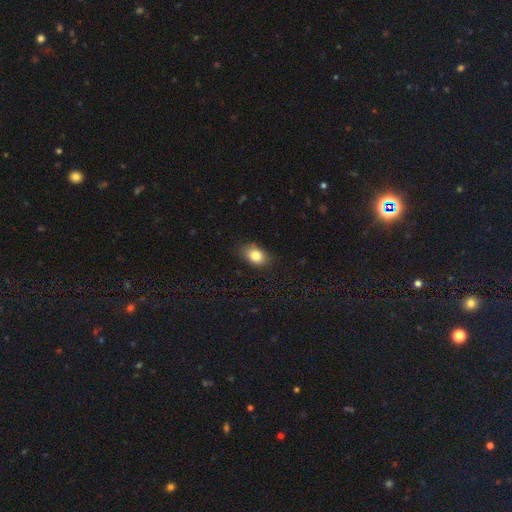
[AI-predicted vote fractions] The model was most divided on "how rounded": in between: 79%, round: 20%, cigar-shaped: 1%. More confident: smooth or featured — smooth (83%); merging — none (82%).